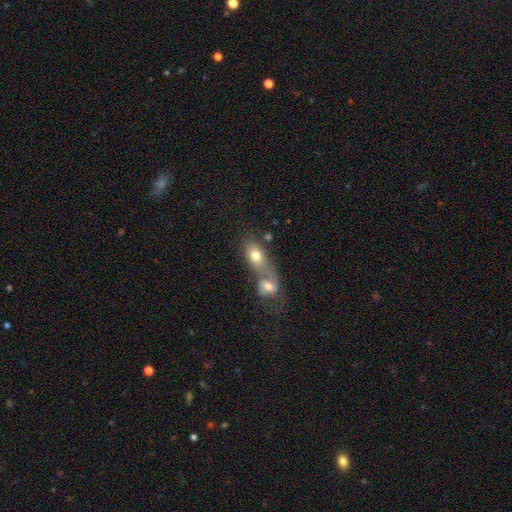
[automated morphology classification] This appears to be a smooth galaxy with no disk features (72%) that is in between round and cigar-shaped (80%). Merging: merger (67%).